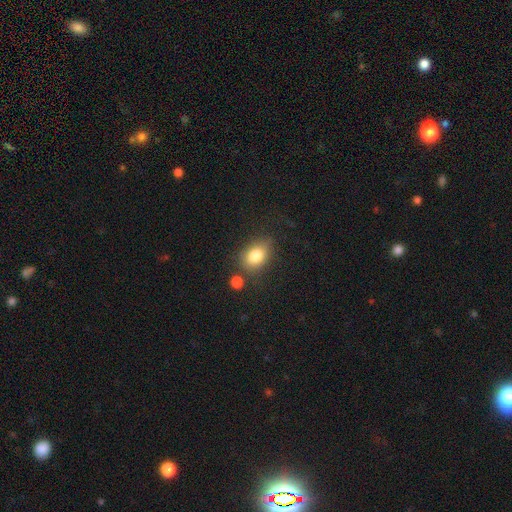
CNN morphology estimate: Smooth or featured? Predicted: smooth (p=0.80). How rounded? Predicted: in between (p=0.73). Merging? Predicted: none (p=0.70).